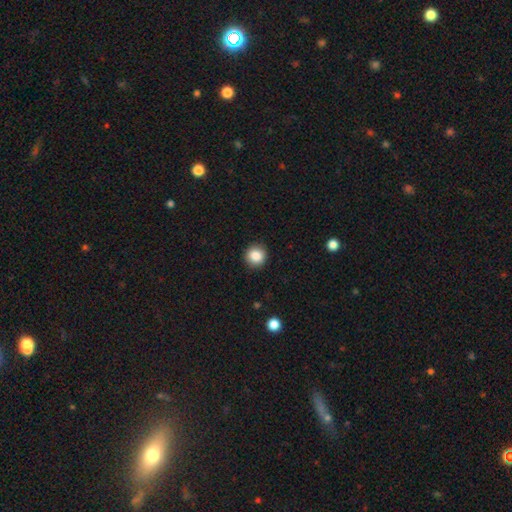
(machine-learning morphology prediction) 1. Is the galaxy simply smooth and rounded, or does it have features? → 86% smooth, 9% star or artifact, 5% featured or disk.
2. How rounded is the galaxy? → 92% round, 7% in between, 1% cigar-shaped.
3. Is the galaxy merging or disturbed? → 91% none, 6% minor disturbance, 2% major disturbance, 1% merger.